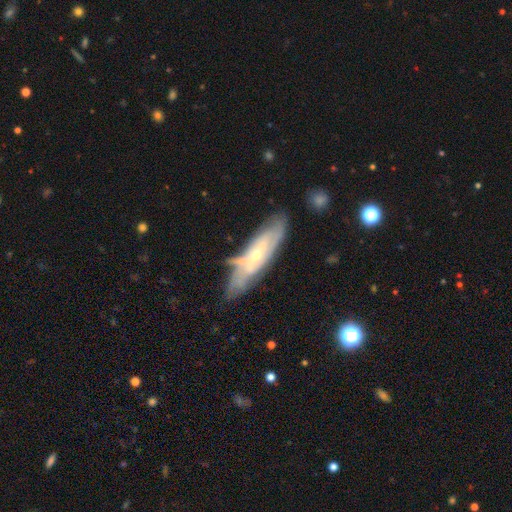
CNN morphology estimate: The model was most divided on "edge-on disk": no: 62%, yes: 38%. More confident: smooth or featured — featured or disk (69%); merging — none (64%).